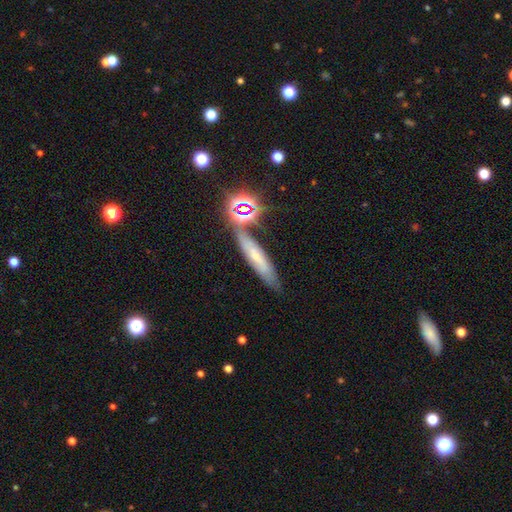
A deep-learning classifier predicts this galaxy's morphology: Smooth or featured? Predicted: smooth (p=0.39). Merging? Predicted: none (p=0.67).